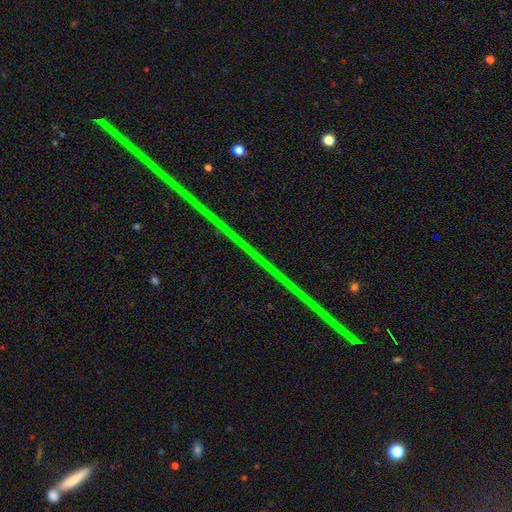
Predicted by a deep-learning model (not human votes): Smooth or featured: star or artifact — 88% (featured or disk — 7%)